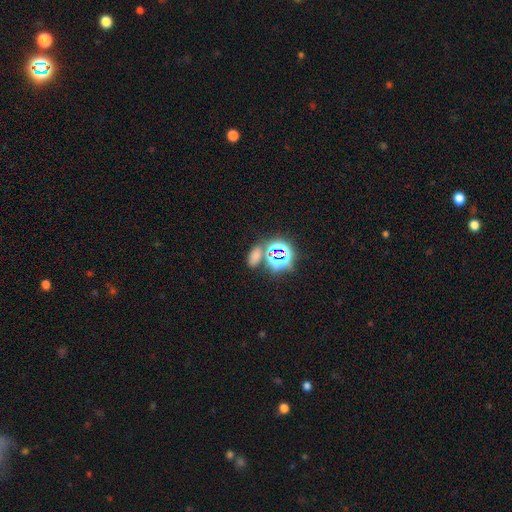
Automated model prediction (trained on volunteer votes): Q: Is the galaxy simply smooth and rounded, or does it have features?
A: smooth — 51%.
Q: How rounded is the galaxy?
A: in between — 79%.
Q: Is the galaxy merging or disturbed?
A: none — 69%.